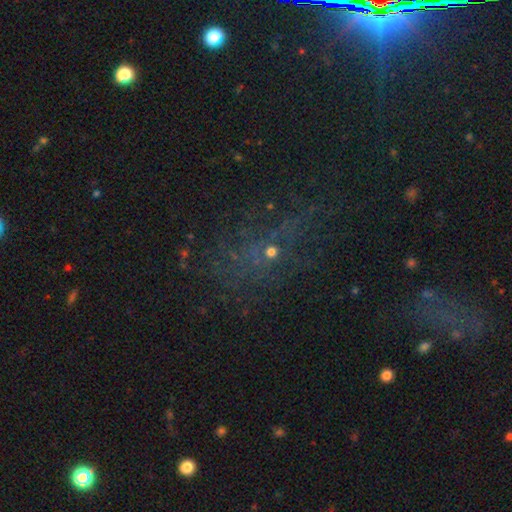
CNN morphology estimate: This appears to be a star or artifact, not a galaxy (60%).